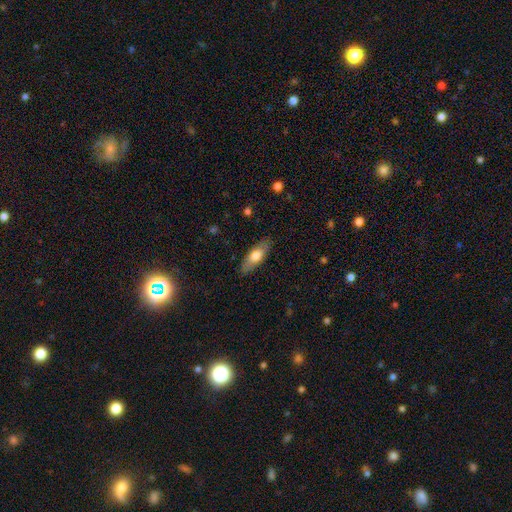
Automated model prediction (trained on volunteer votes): A smooth galaxy with no disk features (69%) that is in between round and cigar-shaped (67%).

Vote fractions:
- Smooth or featured? smooth: 69% / featured or disk: 26% / star or artifact: 6%
- How rounded? in between: 67% / cigar-shaped: 31% / round: 2%
- Merging? none: 85% / minor disturbance: 11% / major disturbance: 2% / merger: 1%